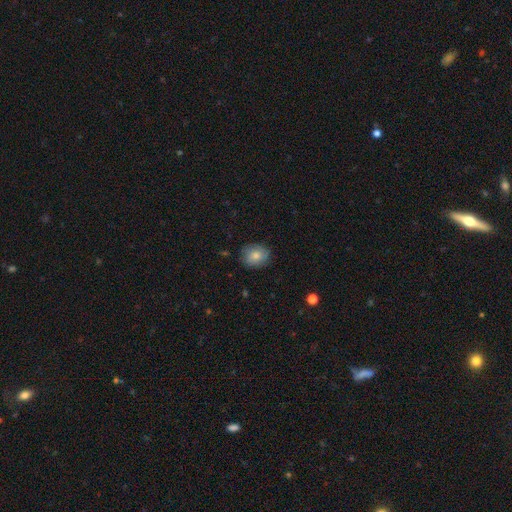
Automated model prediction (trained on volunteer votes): Smooth or featured? smooth (79%)
How rounded? round (60%)
Merging? none (82%)